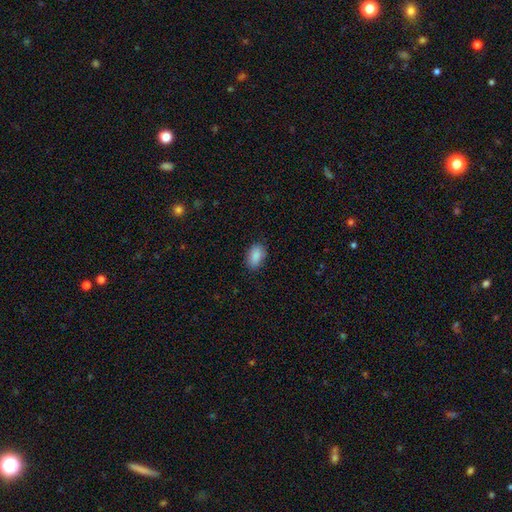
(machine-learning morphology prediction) smooth-or-featured: smooth: 89% | star or artifact: 7% | featured or disk: 4%
  how-rounded: in between: 91% | round: 8% | cigar-shaped: 2%
  merging: none: 84% | minor disturbance: 12% | major disturbance: 3% | merger: 1%